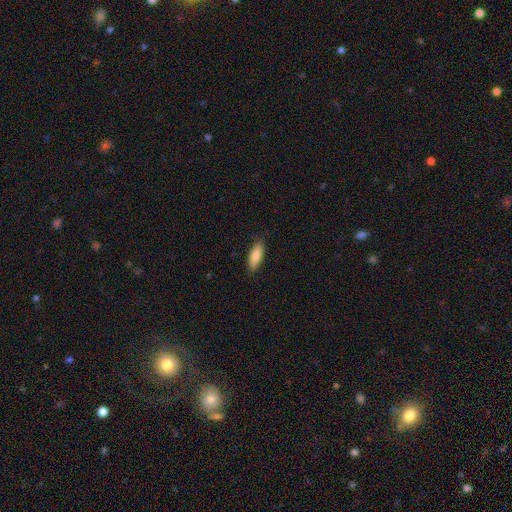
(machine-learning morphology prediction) A smooth galaxy with no disk features (84%) that is in between round and cigar-shaped (70%). Merging: none (86%).